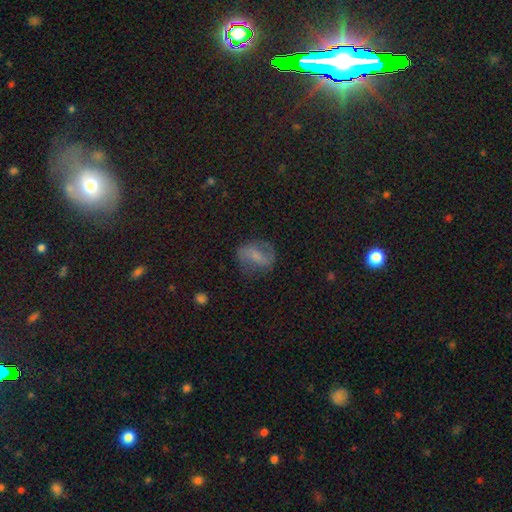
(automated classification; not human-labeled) Smooth or featured?
  - featured or disk: 52% *
  - smooth: 37%
  - star or artifact: 11%
Edge-on disk?
  - no: 96% *
  - yes: 4%
Bar?
  - weak: 43% *
  - strong: 34%
  - no: 24%
Spiral arms?
  - yes: 80% *
  - no: 20%
Bulge size?
  - small: 34% *
  - none: 33%
  - moderate: 25%
  - large: 6%
  - dominant: 2%
Merging?
  - none: 68% *
  - minor disturbance: 19%
  - major disturbance: 11%
  - merger: 2%